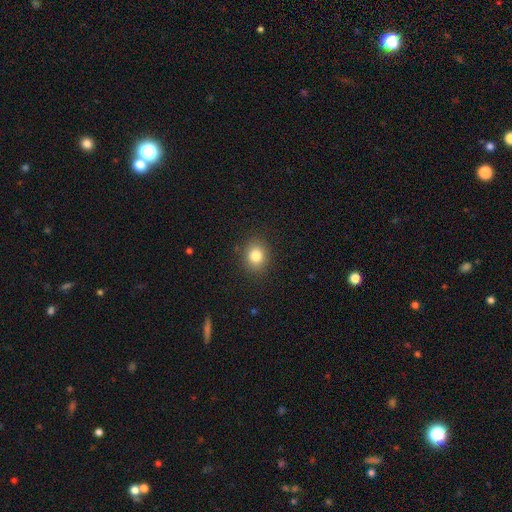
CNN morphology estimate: The model was most divided on "how rounded": round: 65%, in between: 34%, cigar-shaped: 1%. More confident: merging — none (88%); smooth or featured — smooth (82%).